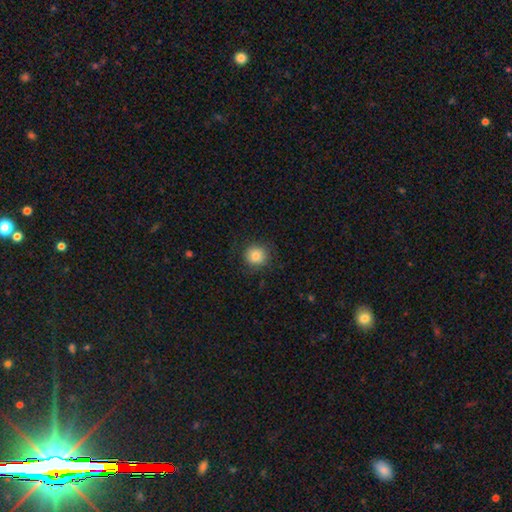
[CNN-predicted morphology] The model was most divided on "smooth or featured": smooth: 84%, star or artifact: 10%, featured or disk: 6%. More confident: how rounded — round (92%); merging — none (87%).